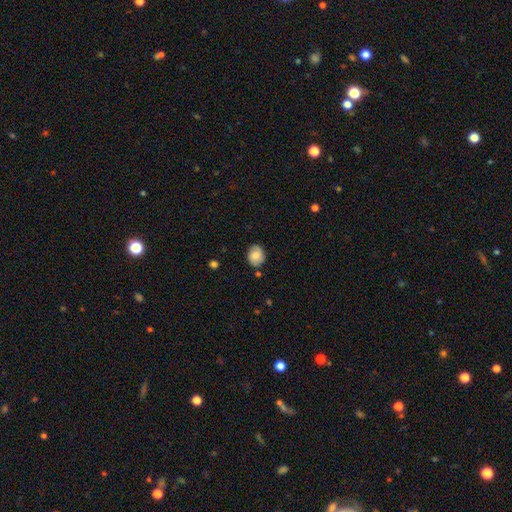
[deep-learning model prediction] smooth_or_featured: smooth (p=0.77) [alt: featured or disk p=0.15]
how_rounded: round (p=0.52) [alt: in between p=0.47]
merging: none (p=0.78) [alt: minor disturbance p=0.15]